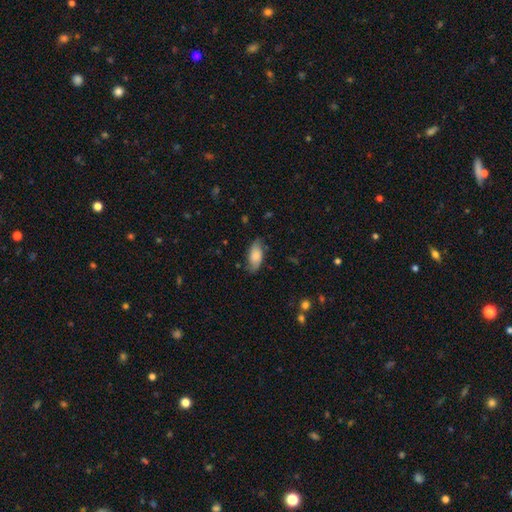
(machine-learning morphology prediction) The model was most divided on "smooth or featured": smooth: 69%, featured or disk: 24%, star or artifact: 7%. More confident: how rounded — in between (88%); merging — none (74%).